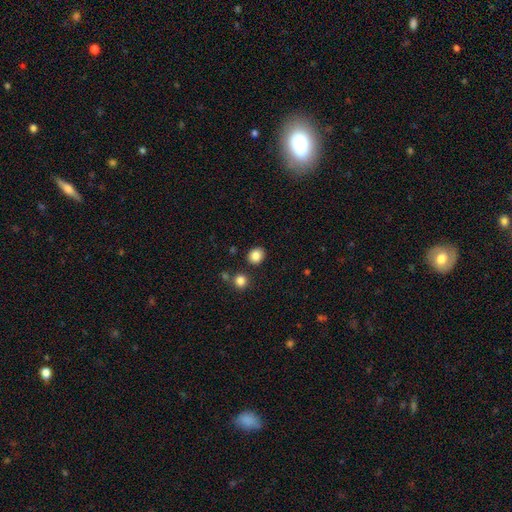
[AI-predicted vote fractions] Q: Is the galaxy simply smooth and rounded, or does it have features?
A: smooth — 85%.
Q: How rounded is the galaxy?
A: round — 74%.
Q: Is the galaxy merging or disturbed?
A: none — 86%.